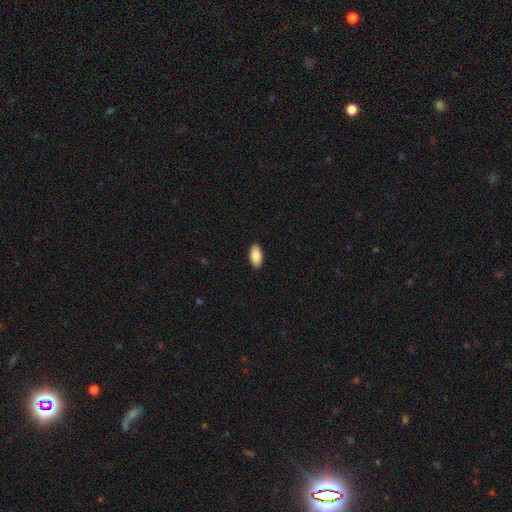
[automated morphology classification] The model was most divided on "smooth or featured": smooth: 89%, star or artifact: 6%, featured or disk: 5%. More confident: how rounded — in between (94%); merging — none (91%).